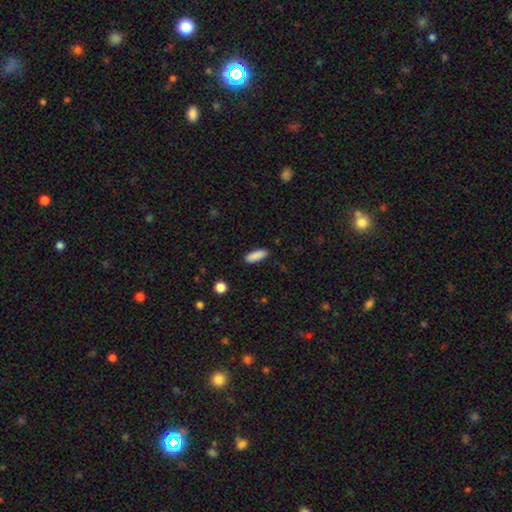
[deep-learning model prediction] Smooth or featured? smooth (89%)
How rounded? in between (62%)
Merging? none (89%)